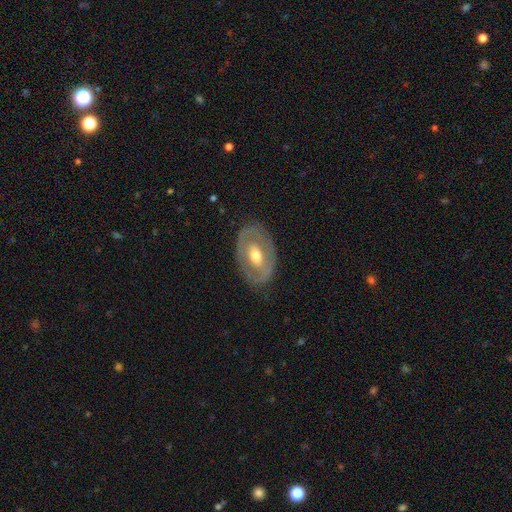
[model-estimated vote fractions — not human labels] Smooth or featured?
  - featured or disk: 62% *
  - smooth: 33%
  - star or artifact: 5%
Edge-on disk?
  - no: 91% *
  - yes: 9%
Bar?
  - no: 52% *
  - weak: 32%
  - strong: 16%
Spiral arms?
  - no: 72% *
  - yes: 28%
Bulge size?
  - moderate: 73% *
  - small: 14%
  - large: 11%
  - dominant: 1%
  - none: 1%
Merging?
  - none: 81% *
  - minor disturbance: 13%
  - major disturbance: 5%
  - merger: 1%